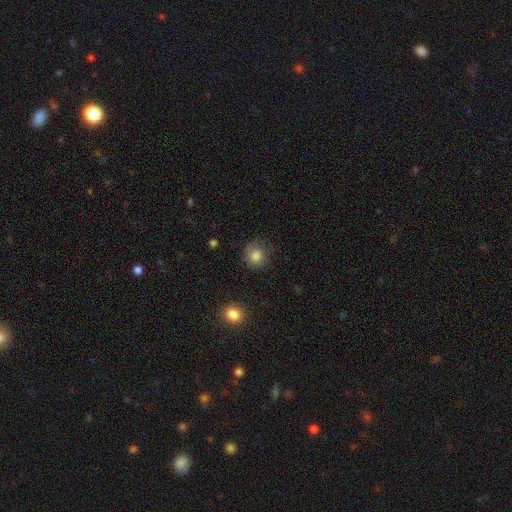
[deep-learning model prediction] This appears to be a smooth galaxy with no disk features (84%) that is round (82%). Merging: none (75%).